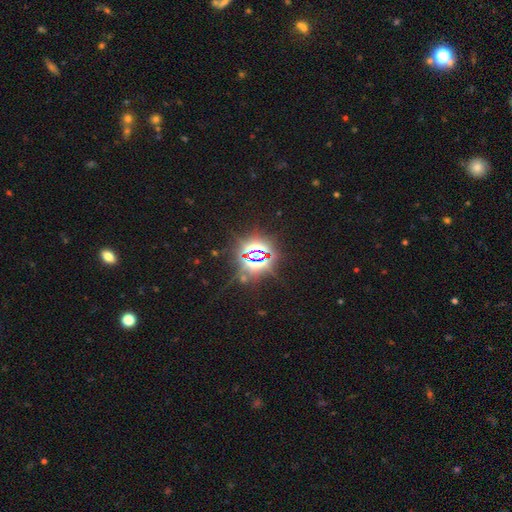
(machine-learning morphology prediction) This is clearly a star or artifact rather than a galaxy (82%).